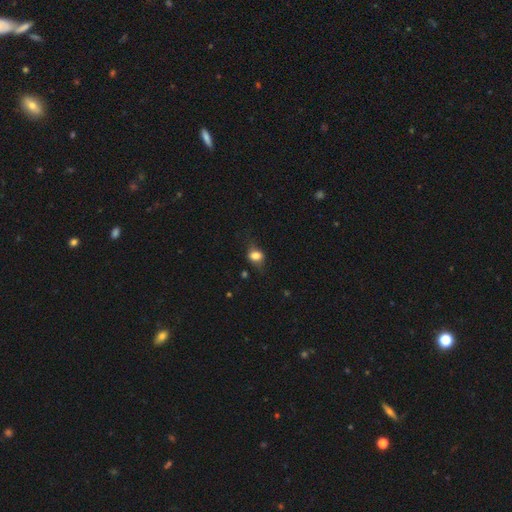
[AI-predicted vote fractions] smooth-or-featured: smooth: 73% | featured or disk: 16% | star or artifact: 11%
  how-rounded: in between: 57% | round: 41% | cigar-shaped: 3%
  merging: none: 64% | minor disturbance: 24% | major disturbance: 10% | merger: 2%